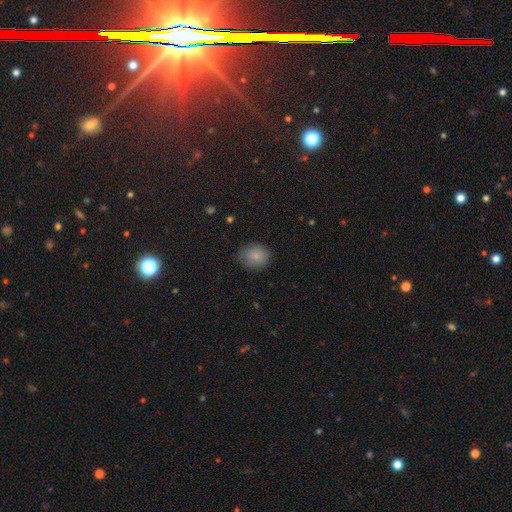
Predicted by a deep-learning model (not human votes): Morphology: type=smooth (85%); roundness=round (65%); merging=none (72%).